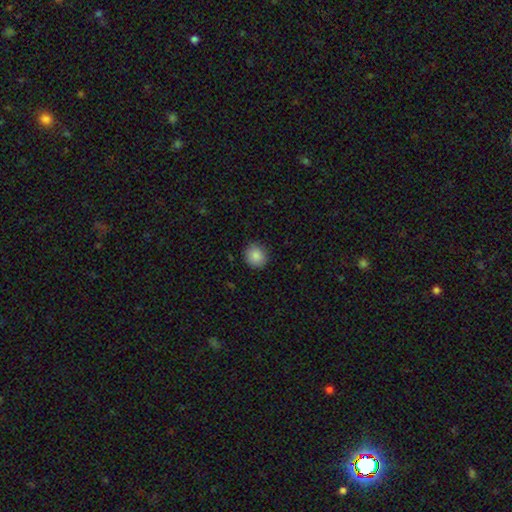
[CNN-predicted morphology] smooth 86%, star or artifact 9%, featured or disk 5%. Down the decision tree: how rounded — round (84%); merging — none (89%).